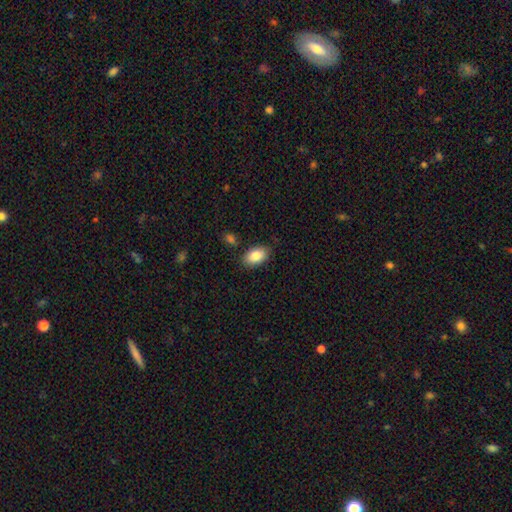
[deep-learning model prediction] Overall: smooth (86%). How rounded: in between (91%). Merging: none (83%).